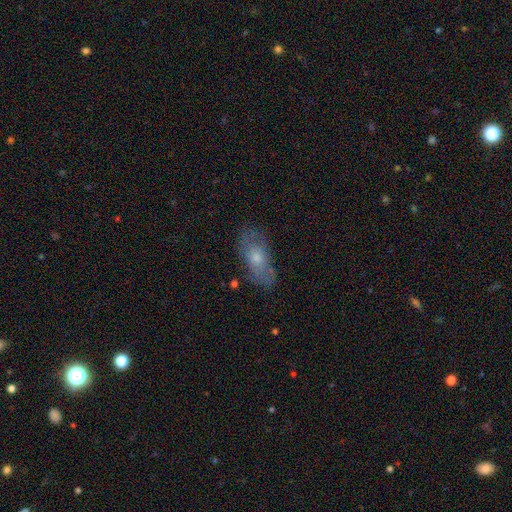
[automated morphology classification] Q: Smooth or featured?
A: smooth (46%); runner-up: featured or disk (43%)
Q: Merging?
A: none (76%); runner-up: minor disturbance (17%)